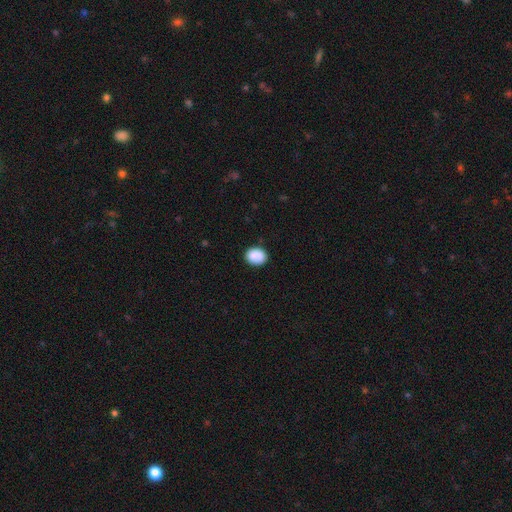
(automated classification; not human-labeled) Smooth or featured? Predicted: smooth (p=0.89). How rounded? Predicted: in between (p=0.54). Merging? Predicted: none (p=0.85).